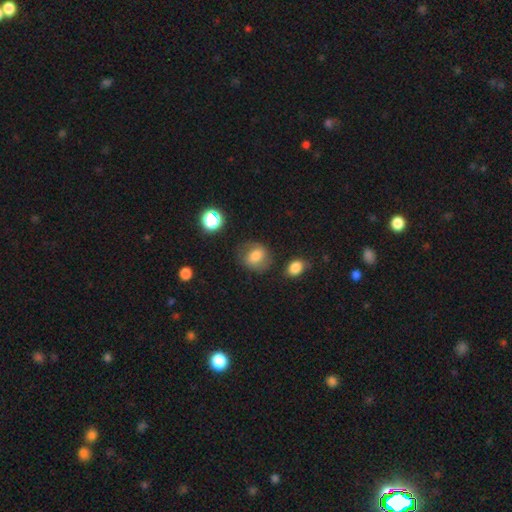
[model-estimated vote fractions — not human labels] Smooth or featured? Predicted: smooth (p=0.71). How rounded? Predicted: round (p=0.64). Merging? Predicted: none (p=0.70).